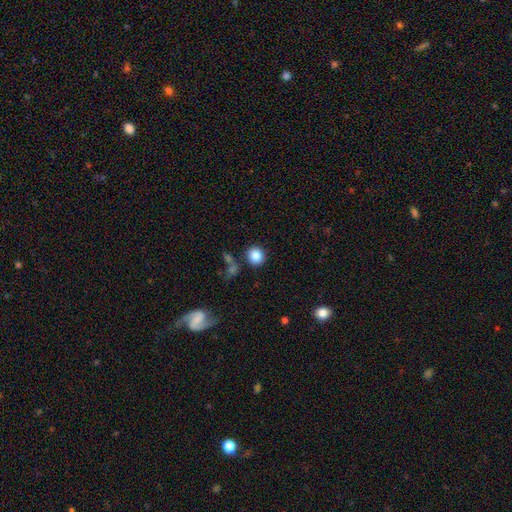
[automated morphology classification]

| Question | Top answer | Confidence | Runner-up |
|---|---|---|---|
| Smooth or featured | smooth | 85% | star or artifact (9%) |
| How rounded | round | 85% | in between (14%) |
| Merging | none | 83% | minor disturbance (8%) |